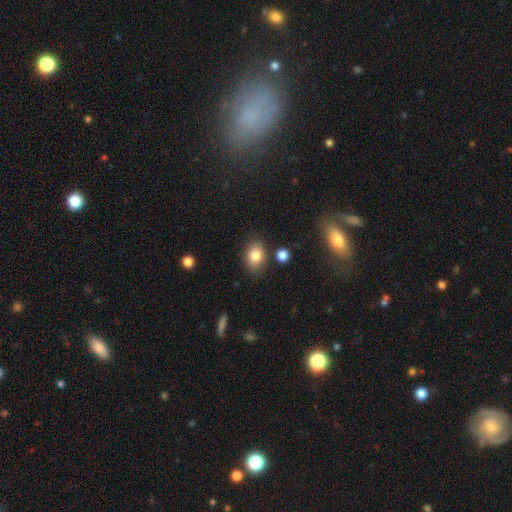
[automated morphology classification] smooth_or_featured: smooth (p=0.83) [alt: star or artifact p=0.09]
how_rounded: in between (p=0.69) [alt: round p=0.30]
merging: none (p=0.79) [alt: minor disturbance p=0.13]